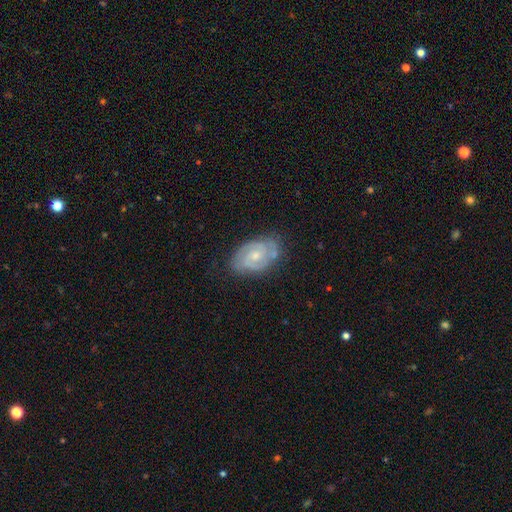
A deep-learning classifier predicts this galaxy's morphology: A featured or disk galaxy (81%) with no bar (60%), 2 (72%) tight (57%) spiral arms (94%) and a small central bulge (50%).

Vote fractions:
- Smooth or featured? featured or disk: 81% / smooth: 13% / star or artifact: 6%
- Edge-on disk? no: 97% / yes: 3%
- Bar? no: 60% / weak: 35% / strong: 5%
- Spiral arms? yes: 94% / no: 6%
- Spiral winding? tight: 57% / medium: 35% / loose: 7%
- Spiral arm count? 2: 72% / can't tell: 13% / 3: 9% / 1: 2% / 4: 2% / more than 4: 2%
- Bulge size? small: 50% / moderate: 44% / none: 3% / large: 2% / dominant: 1%
- Merging? none: 75% / minor disturbance: 19% / major disturbance: 5% / merger: 2%